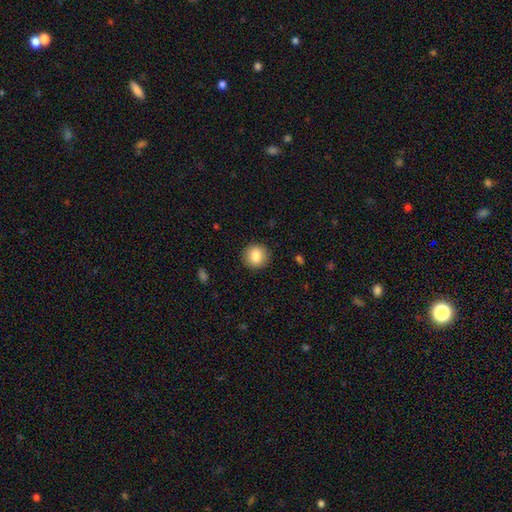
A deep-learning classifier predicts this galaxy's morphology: This is clearly a smooth galaxy (85%). How rounded: clearly round (89%). Merging: clearly none (91%).